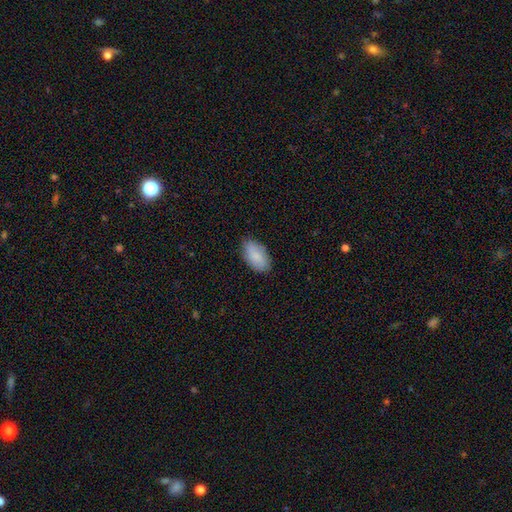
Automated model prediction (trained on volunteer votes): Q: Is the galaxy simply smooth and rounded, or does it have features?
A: smooth — 85%.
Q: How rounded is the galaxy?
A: in between — 94%.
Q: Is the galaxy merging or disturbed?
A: none — 83%.